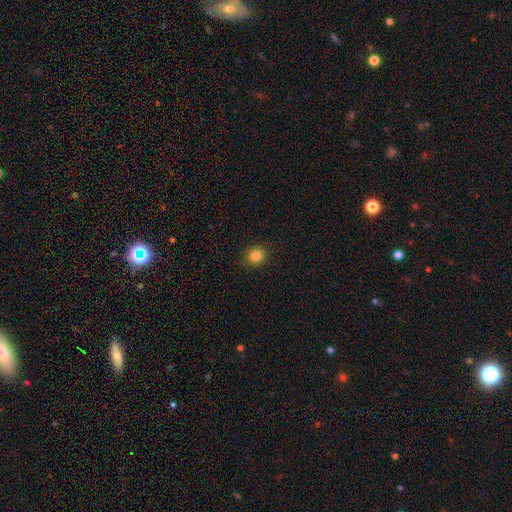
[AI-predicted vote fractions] The model was most divided on "smooth or featured": smooth: 84%, star or artifact: 11%, featured or disk: 5%. More confident: merging — none (91%); how rounded — round (88%).